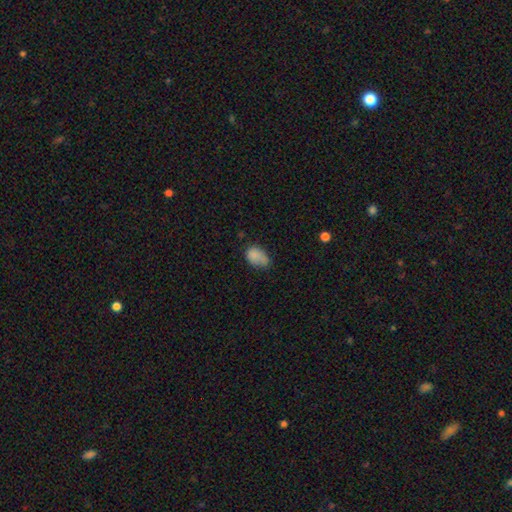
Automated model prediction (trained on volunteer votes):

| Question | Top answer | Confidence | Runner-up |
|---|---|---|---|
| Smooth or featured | smooth | 82% | star or artifact (10%) |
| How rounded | in between | 81% | round (18%) |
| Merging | none | 42% | minor disturbance (38%) |